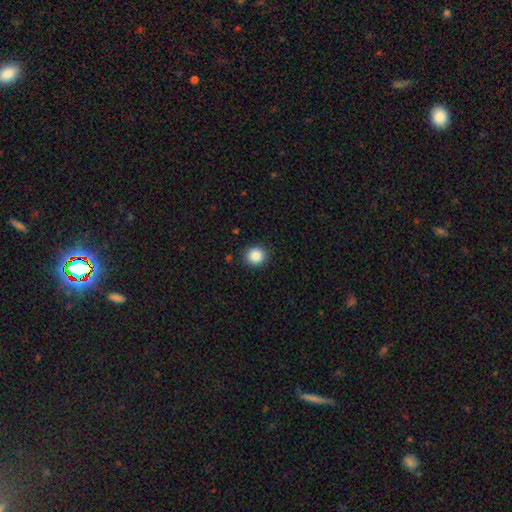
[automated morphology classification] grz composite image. It shows a smooth galaxy with no disk features (86%) that is round (87%). Merging: none (90%).